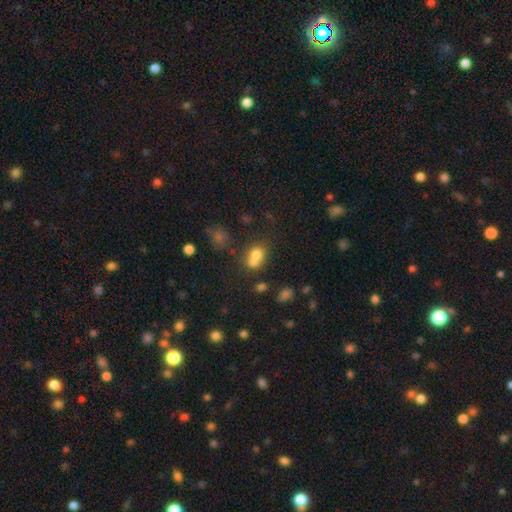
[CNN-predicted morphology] Overall: smooth (72%). How rounded: round (64%; in between 35%). Merging: merger (58%; none 30%).